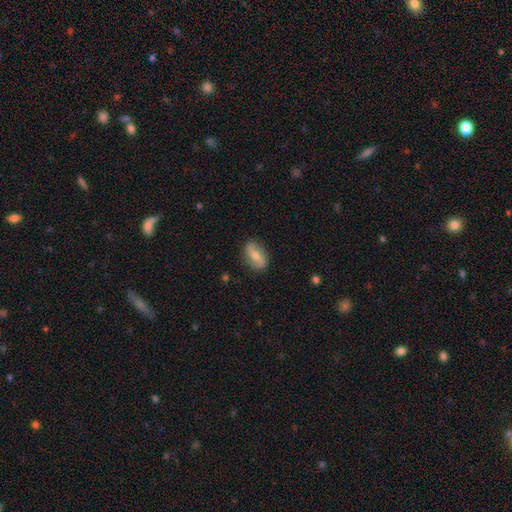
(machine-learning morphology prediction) Q: Smooth or featured?
A: featured or disk (52%); runner-up: smooth (42%)
Q: Edge-on disk?
A: no (87%); runner-up: yes (13%)
Q: Merging?
A: none (84%); runner-up: minor disturbance (12%)